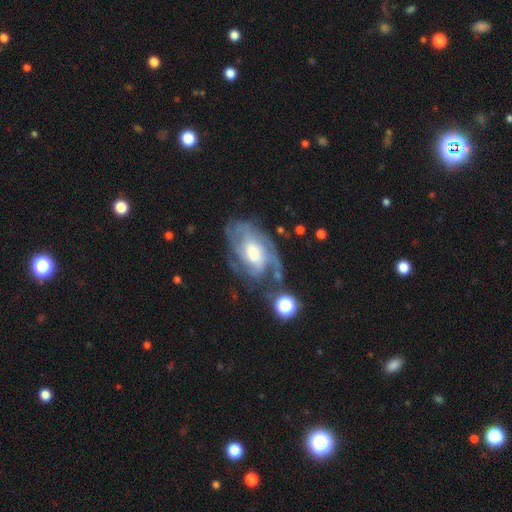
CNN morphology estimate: smooth_or_featured: featured or disk (p=0.82) [alt: smooth p=0.11]
disk_edge_on: no (p=0.96) [alt: yes p=0.04]
bar: no (p=0.51) [alt: weak p=0.38]
has_spiral_arms: yes (p=0.92) [alt: no p=0.08]
spiral_winding: tight (p=0.50) [alt: medium p=0.38]
spiral_arm_count: can't tell (p=0.35) [alt: 3 p=0.23]
bulge_size: moderate (p=0.46) [alt: large p=0.34]
merging: none (p=0.57) [alt: minor disturbance p=0.22]